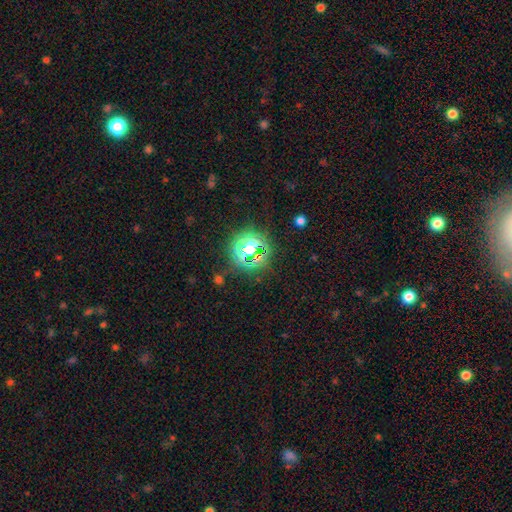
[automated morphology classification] smooth_or_featured: star or artifact (p=0.66) [alt: smooth p=0.24]